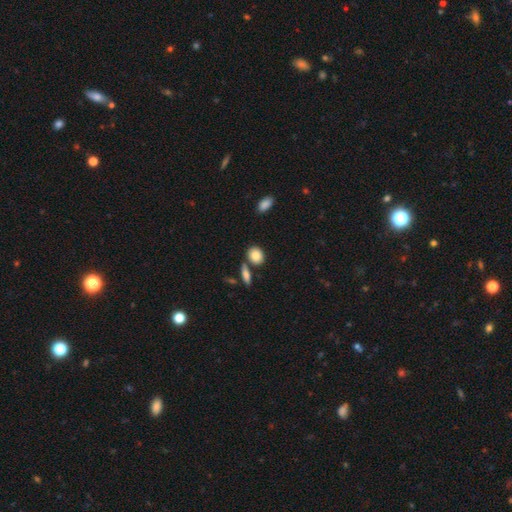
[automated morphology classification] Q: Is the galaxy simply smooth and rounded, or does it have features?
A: smooth — 85%.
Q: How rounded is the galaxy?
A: round — 53%.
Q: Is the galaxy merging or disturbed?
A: none — 69%.